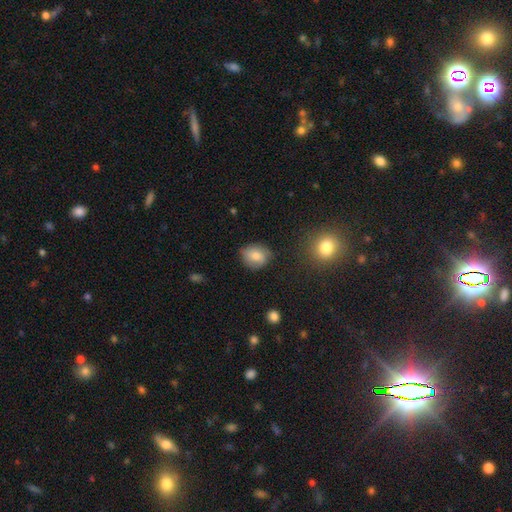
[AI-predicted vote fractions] smooth_or_featured: smooth (p=0.78) [alt: featured or disk p=0.13]
how_rounded: round (p=0.61) [alt: in between p=0.37]
merging: none (p=0.74) [alt: minor disturbance p=0.20]